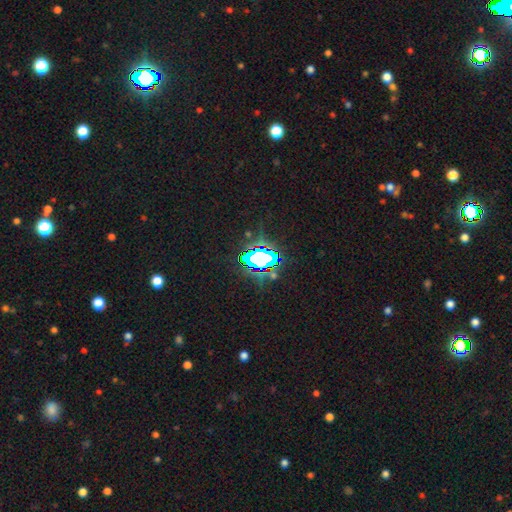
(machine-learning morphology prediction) smooth-or-featured: star or artifact: 66% | smooth: 19% | featured or disk: 15%